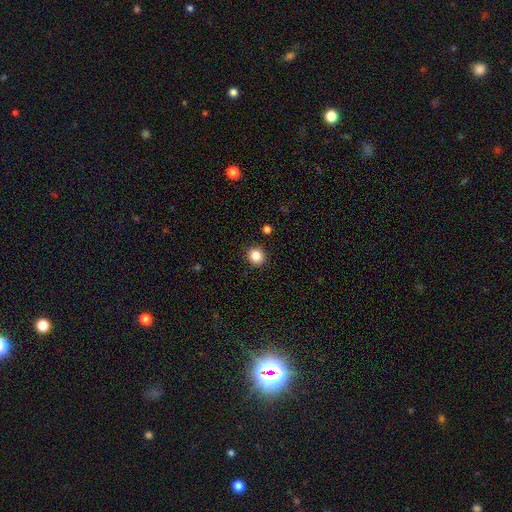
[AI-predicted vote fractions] This appears to be a smooth galaxy with no disk features (85%) that is round (88%). Merging: none (91%).